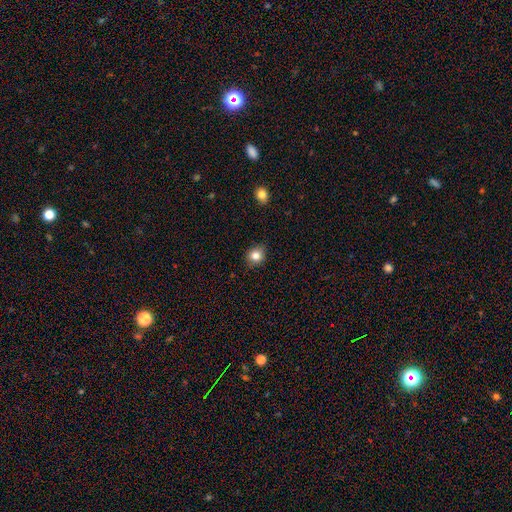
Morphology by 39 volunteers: Q: Smooth or featured?
A: smooth (79%); runner-up: featured or disk (13%)
Q: How rounded?
A: round (68%); runner-up: in between (32%)
Q: Merging?
A: none (89%); runner-up: minor disturbance (11%)